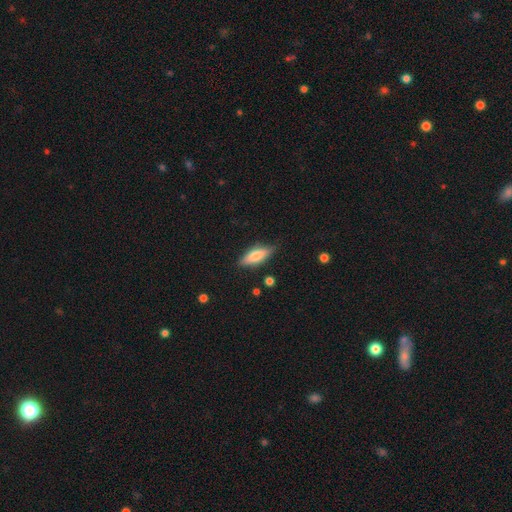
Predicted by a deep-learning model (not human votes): Morphology: type=smooth (66%); roundness=in between (61%); merging=none (82%).